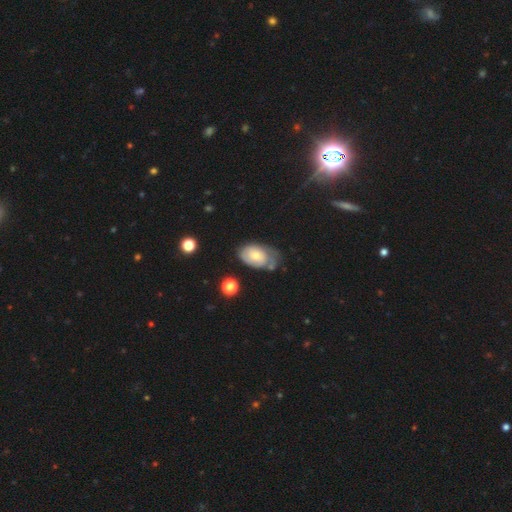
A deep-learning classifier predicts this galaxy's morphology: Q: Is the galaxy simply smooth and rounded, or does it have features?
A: featured or disk — 52%.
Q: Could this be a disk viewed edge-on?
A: no — 95%.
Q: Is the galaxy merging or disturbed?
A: none — 44%.